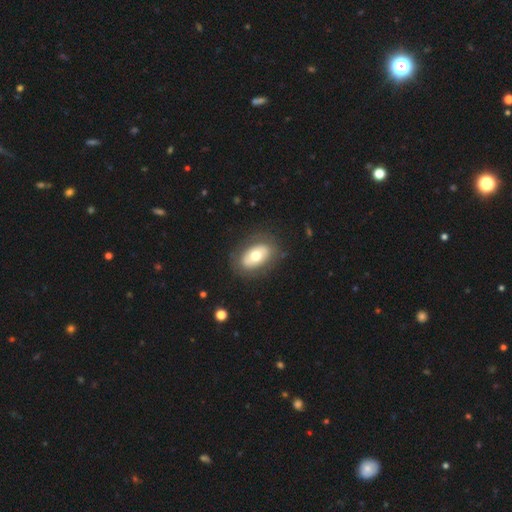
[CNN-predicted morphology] Smooth or featured?
  - smooth: 56% *
  - featured or disk: 38%
  - star or artifact: 6%
How rounded?
  - in between: 88% *
  - round: 10%
  - cigar-shaped: 2%
Merging?
  - none: 80% *
  - minor disturbance: 13%
  - major disturbance: 6%
  - merger: 1%